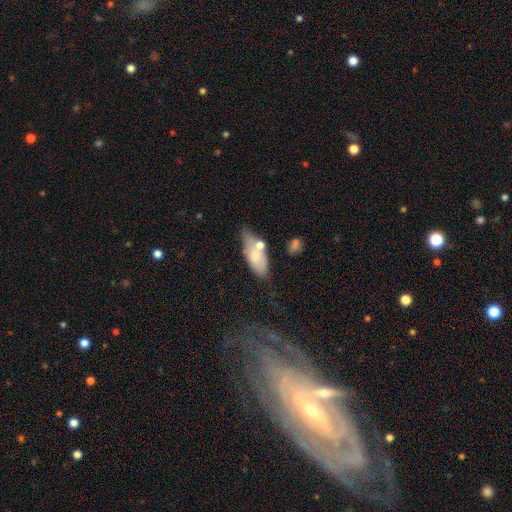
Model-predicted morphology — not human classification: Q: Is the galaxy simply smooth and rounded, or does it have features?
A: smooth — 66%.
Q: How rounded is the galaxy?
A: in between — 78%.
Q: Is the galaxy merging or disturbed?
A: none — 49%.